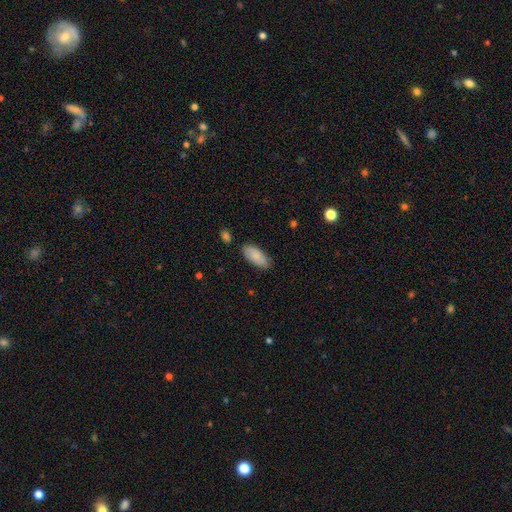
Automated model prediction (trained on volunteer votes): A smooth galaxy with no disk features (84%) that is in between round and cigar-shaped (89%). Merging: none (80%).